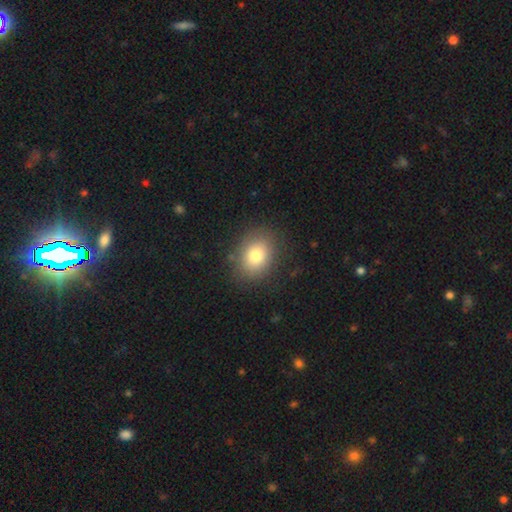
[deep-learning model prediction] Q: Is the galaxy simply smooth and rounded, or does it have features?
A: smooth — 79%.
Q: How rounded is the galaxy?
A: in between — 53%.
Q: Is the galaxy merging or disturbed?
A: none — 83%.